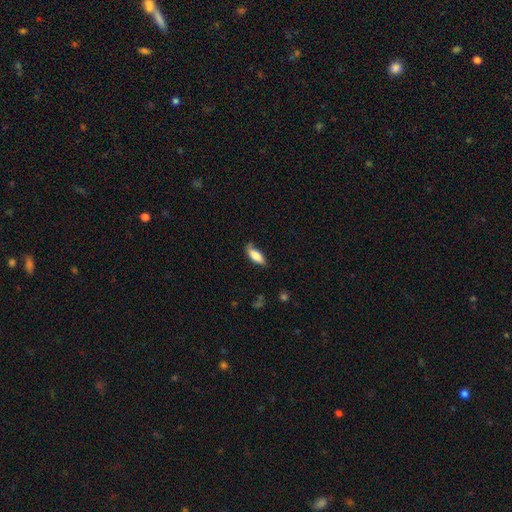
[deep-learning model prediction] Smooth or featured: smooth — 80% (featured or disk — 14%)
How rounded: in between — 69% (cigar-shaped — 30%)
Merging: none — 69% (minor disturbance — 24%)